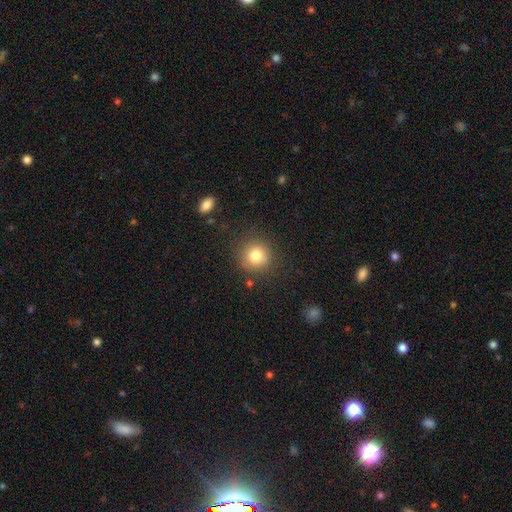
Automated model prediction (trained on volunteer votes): Q: Smooth or featured?
A: smooth (79%); runner-up: star or artifact (12%)
Q: How rounded?
A: round (92%); runner-up: in between (7%)
Q: Merging?
A: none (83%); runner-up: minor disturbance (10%)